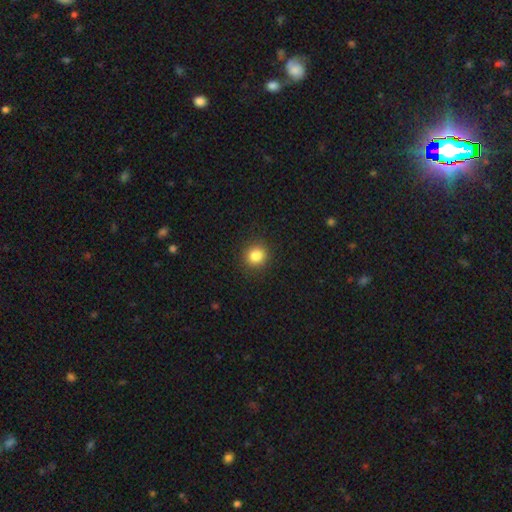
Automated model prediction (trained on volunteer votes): This appears to be a smooth galaxy with no disk features (84%) that is round (89%). Merging: none (91%).